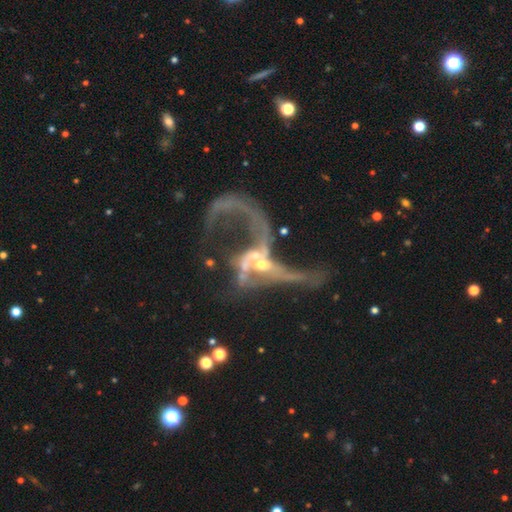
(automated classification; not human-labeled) Q: Smooth or featured?
A: featured or disk (73%); runner-up: smooth (16%)
Q: Edge-on disk?
A: no (92%); runner-up: yes (8%)
Q: Bar?
A: no (71%); runner-up: weak (20%)
Q: Spiral arms?
A: no (51%); runner-up: yes (49%)
Q: Bulge size?
A: moderate (45%); runner-up: small (31%)
Q: Merging?
A: merger (60%); runner-up: major disturbance (27%)